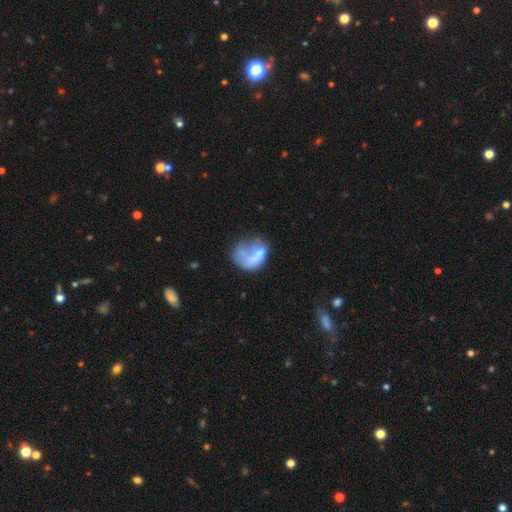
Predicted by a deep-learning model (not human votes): smooth-or-featured: smooth: 48% | featured or disk: 42% | star or artifact: 10%
  merging: major disturbance: 37% | none: 25% | merger: 20% | minor disturbance: 18%